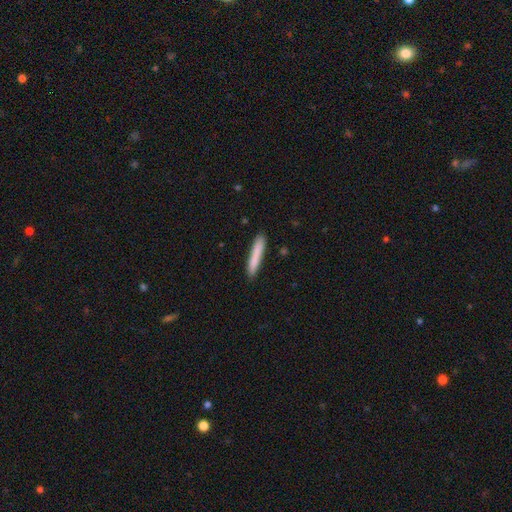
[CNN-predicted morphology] Smooth or featured: smooth — 81% (featured or disk — 13%)
How rounded: cigar-shaped — 94% (in between — 5%)
Merging: none — 87% (minor disturbance — 10%)